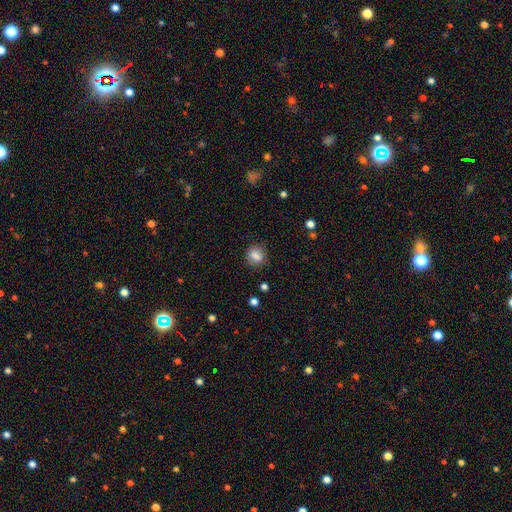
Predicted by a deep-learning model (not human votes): smooth_or_featured: smooth (p=0.81) [alt: star or artifact p=0.10]
how_rounded: round (p=0.62) [alt: in between p=0.36]
merging: none (p=0.81) [alt: minor disturbance p=0.13]